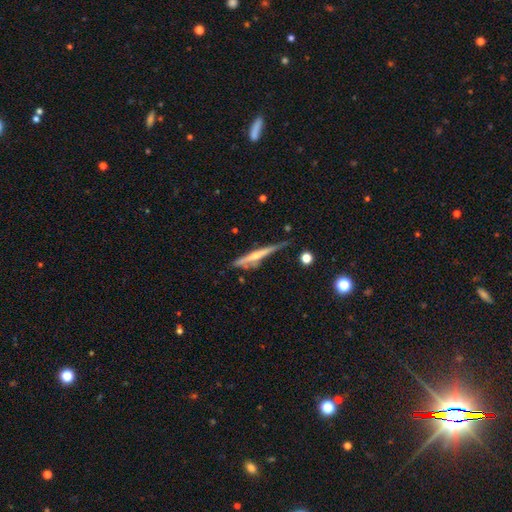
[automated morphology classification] The model was most divided on "merging": none: 57%, minor disturbance: 28%, major disturbance: 8%, merger: 7%. More confident: edge-on disk — yes (94%); edge-on bulge — rounded (63%); smooth or featured — featured or disk (63%).